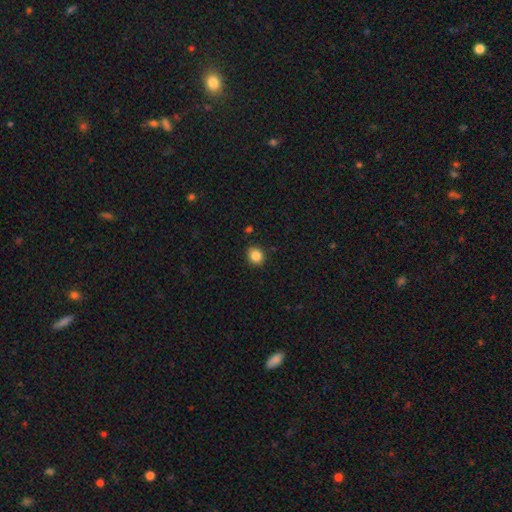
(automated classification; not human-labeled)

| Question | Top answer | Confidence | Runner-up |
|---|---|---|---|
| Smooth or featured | smooth | 85% | star or artifact (10%) |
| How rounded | round | 79% | in between (20%) |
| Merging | none | 90% | minor disturbance (7%) |